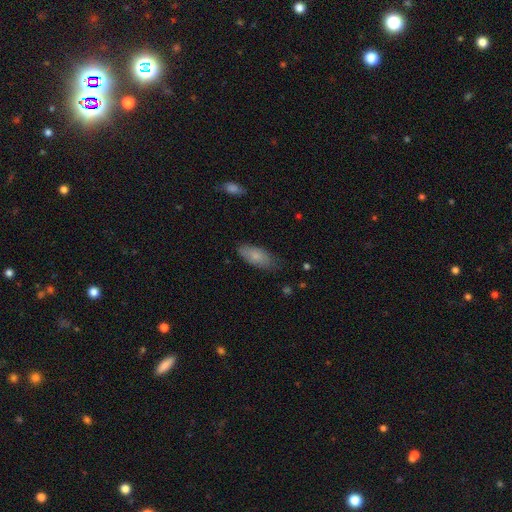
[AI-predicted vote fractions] smooth-or-featured: smooth: 80% | featured or disk: 14% | star or artifact: 6%
  how-rounded: in between: 84% | cigar-shaped: 14% | round: 2%
  merging: none: 72% | minor disturbance: 22% | major disturbance: 4% | merger: 1%